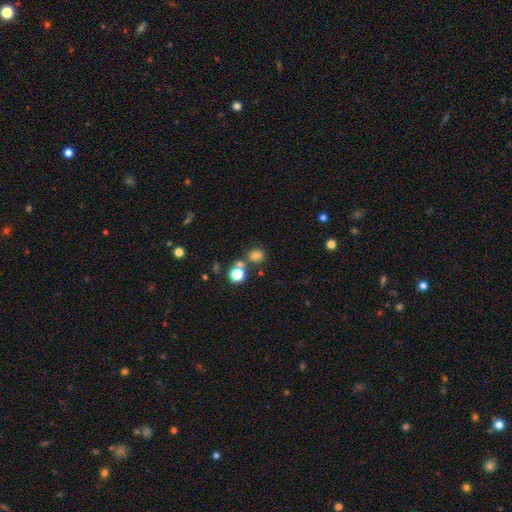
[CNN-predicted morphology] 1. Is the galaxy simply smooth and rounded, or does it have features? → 74% smooth, 17% star or artifact, 9% featured or disk.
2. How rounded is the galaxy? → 76% round, 23% in between, 1% cigar-shaped.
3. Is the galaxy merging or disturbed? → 67% none, 18% merger, 11% minor disturbance, 4% major disturbance.